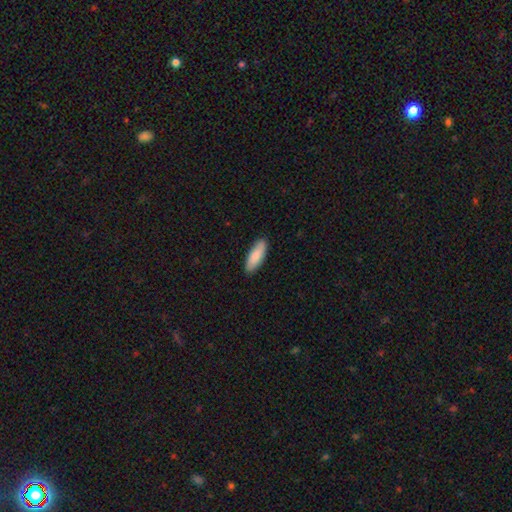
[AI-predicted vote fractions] Morphology: type=smooth (85%); roundness=in between (63%); merging=none (87%).